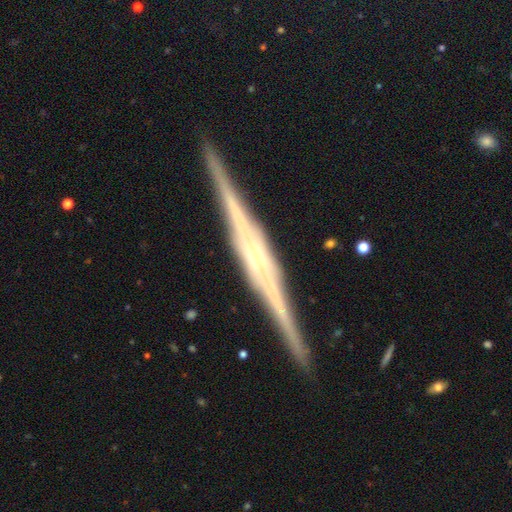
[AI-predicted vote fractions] This appears to be a featured or disk galaxy (89%) viewed edge-on (98%) with a boxy central bulge (59%). Merging: none (91%).